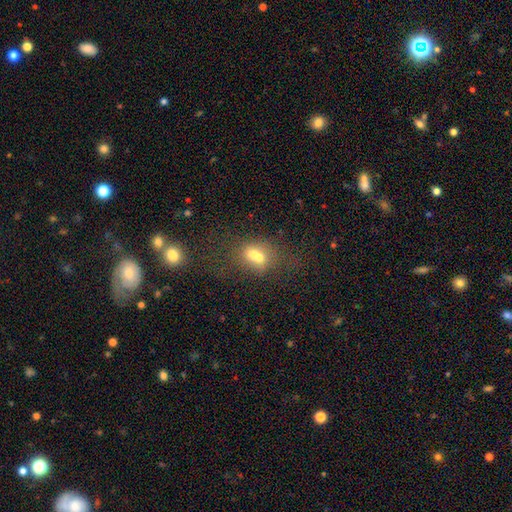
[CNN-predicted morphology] Overall: smooth (61%; featured or disk 25%). How rounded: round (55%; in between 43%). Merging: merger (60%; none 27%).